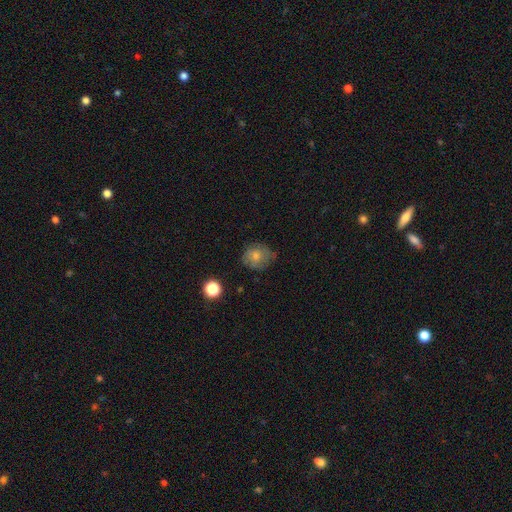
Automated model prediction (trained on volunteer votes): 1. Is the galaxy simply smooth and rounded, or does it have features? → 55% smooth, 30% featured or disk, 15% star or artifact.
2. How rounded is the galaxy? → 77% round, 22% in between, 1% cigar-shaped.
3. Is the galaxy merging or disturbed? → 73% none, 20% minor disturbance, 6% major disturbance, 2% merger.